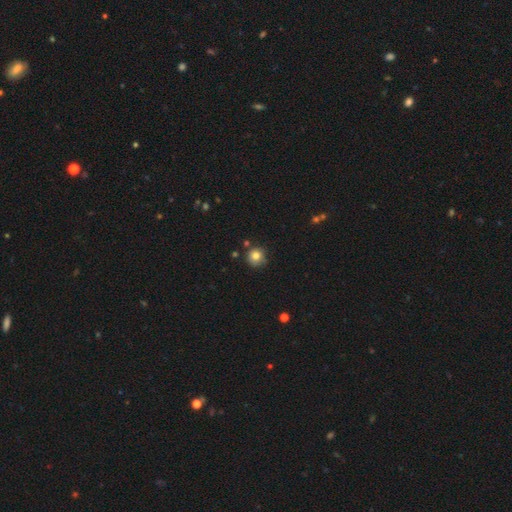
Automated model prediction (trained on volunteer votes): A smooth galaxy with no disk features (81%) that is round (93%).

Vote fractions:
- Smooth or featured? smooth: 81% / star or artifact: 11% / featured or disk: 8%
- How rounded? round: 93% / in between: 6% / cigar-shaped: 1%
- Merging? none: 79% / minor disturbance: 14% / merger: 5% / major disturbance: 3%